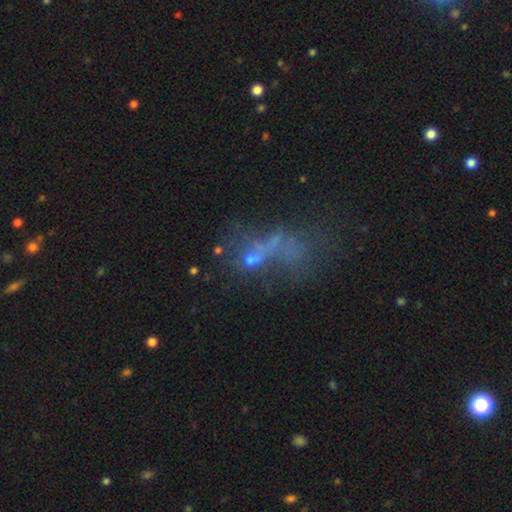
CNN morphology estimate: Smooth or featured?
  - featured or disk: 39% *
  - star or artifact: 32%
  - smooth: 29%
Merging?
  - major disturbance: 37% *
  - none: 26%
  - merger: 26%
  - minor disturbance: 11%